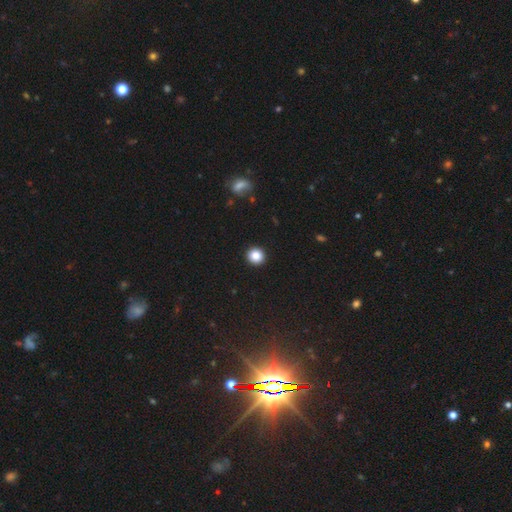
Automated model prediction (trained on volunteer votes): Smooth or featured?
  - smooth: 87% *
  - star or artifact: 10%
  - featured or disk: 3%
How rounded?
  - round: 94% *
  - in between: 5%
  - cigar-shaped: 1%
Merging?
  - none: 94% *
  - minor disturbance: 4%
  - major disturbance: 1%
  - merger: 1%